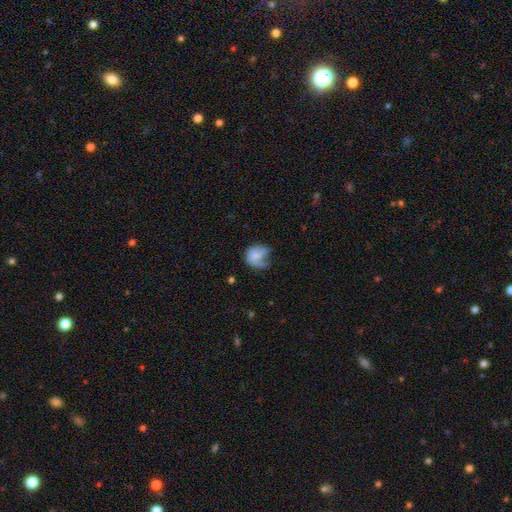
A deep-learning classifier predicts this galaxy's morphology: type=smooth (57%); roundness=round (56%); merging=major disturbance (39%).